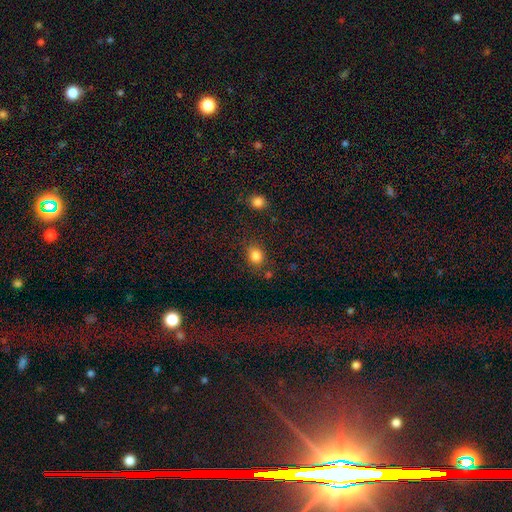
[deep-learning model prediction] A smooth galaxy with no disk features (84%) that is round (61%). Merging: none (77%).